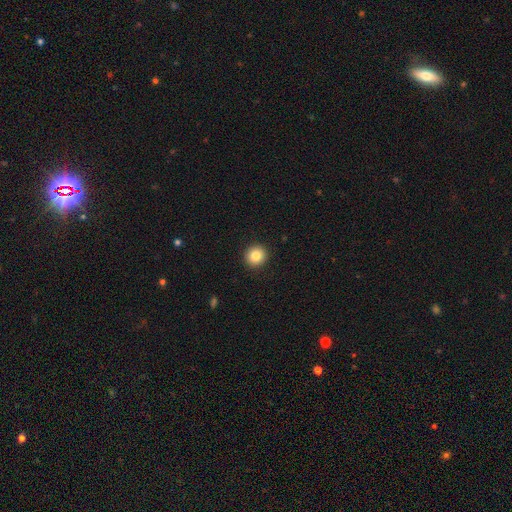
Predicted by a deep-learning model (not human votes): smooth 84%, star or artifact 10%, featured or disk 6%. Down the decision tree: how rounded — round (92%); merging — none (93%).